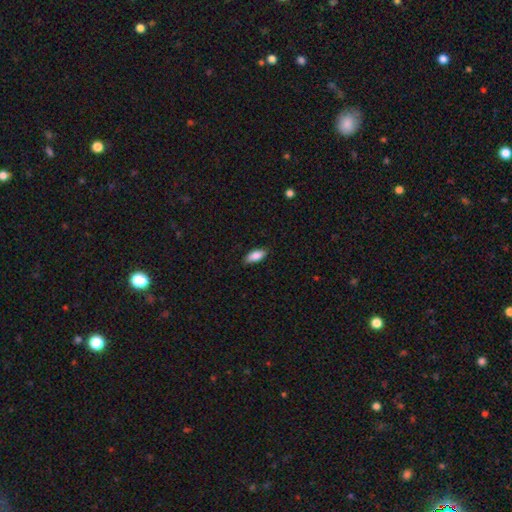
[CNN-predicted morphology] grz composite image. It shows a smooth galaxy with no disk features (86%) that is in between round and cigar-shaped (82%). Merging: none (86%).